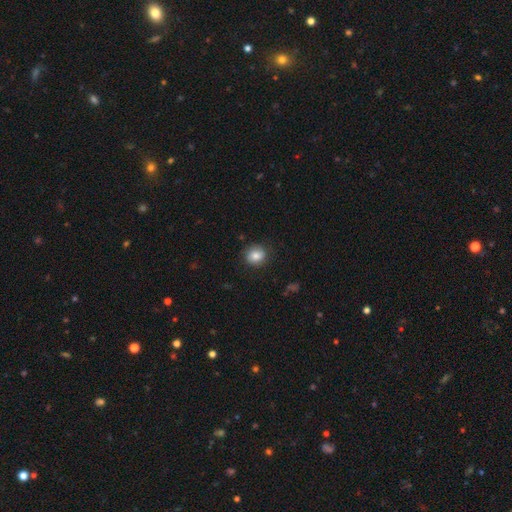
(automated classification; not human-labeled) Q: Smooth or featured?
A: smooth (82%); runner-up: featured or disk (9%)
Q: How rounded?
A: round (76%); runner-up: in between (23%)
Q: Merging?
A: none (84%); runner-up: minor disturbance (12%)